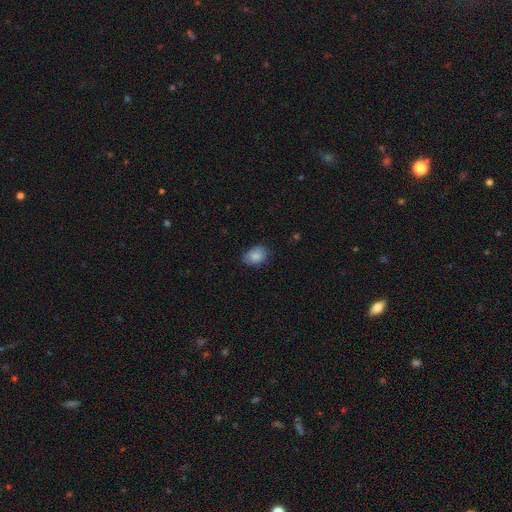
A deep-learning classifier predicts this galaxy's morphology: Smooth or featured?
  - smooth: 85% *
  - featured or disk: 8%
  - star or artifact: 7%
How rounded?
  - in between: 75% *
  - round: 24%
  - cigar-shaped: 1%
Merging?
  - none: 72% *
  - minor disturbance: 23%
  - major disturbance: 4%
  - merger: 1%